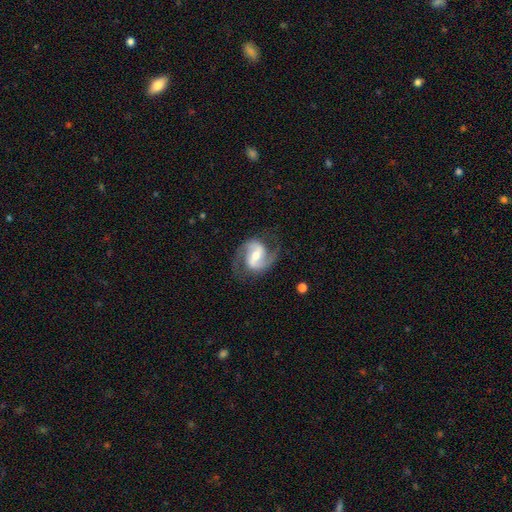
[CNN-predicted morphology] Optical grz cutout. It shows a featured or disk galaxy (89%) with a weak bar (43%), 2 (93%) medium (58%) spiral arms (97%) and a moderate central bulge (57%). Merging: none (77%).